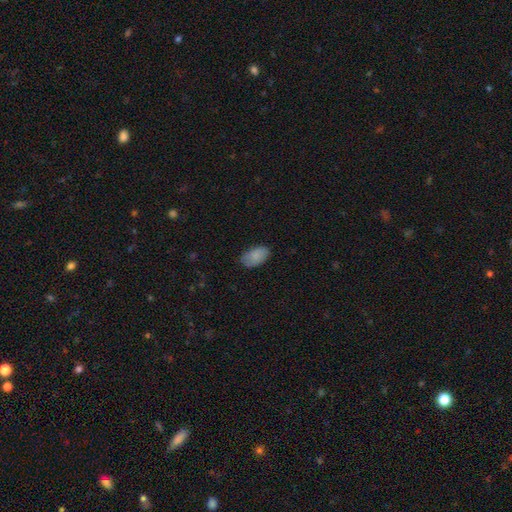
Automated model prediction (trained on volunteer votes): Q: Smooth or featured?
A: smooth (86%); runner-up: star or artifact (7%)
Q: How rounded?
A: in between (93%); runner-up: round (5%)
Q: Merging?
A: none (76%); runner-up: minor disturbance (19%)